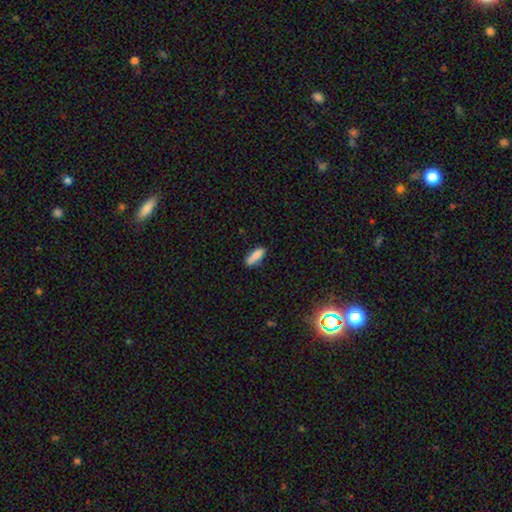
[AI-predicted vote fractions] Q: Smooth or featured?
A: smooth (85%); runner-up: featured or disk (8%)
Q: How rounded?
A: in between (54%); runner-up: cigar-shaped (44%)
Q: Merging?
A: none (74%); runner-up: minor disturbance (18%)